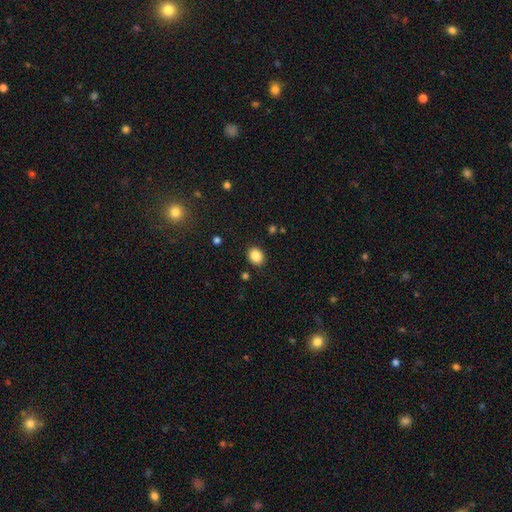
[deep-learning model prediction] The model was most divided on "how rounded": round: 56%, in between: 43%, cigar-shaped: 1%. More confident: merging — none (89%); smooth or featured — smooth (87%).